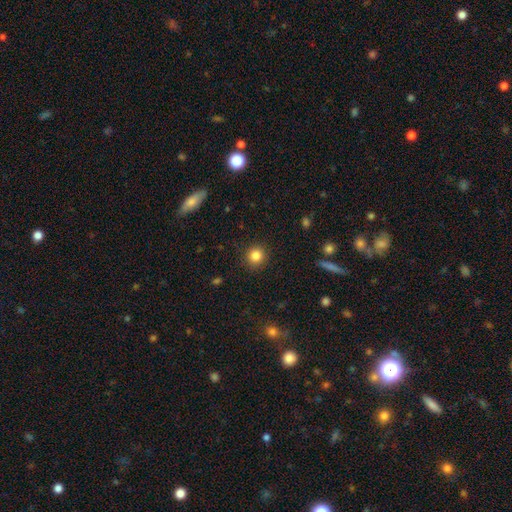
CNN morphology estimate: Smooth or featured: smooth — 84% (star or artifact — 11%)
How rounded: round — 92% (in between — 7%)
Merging: none — 91% (minor disturbance — 6%)